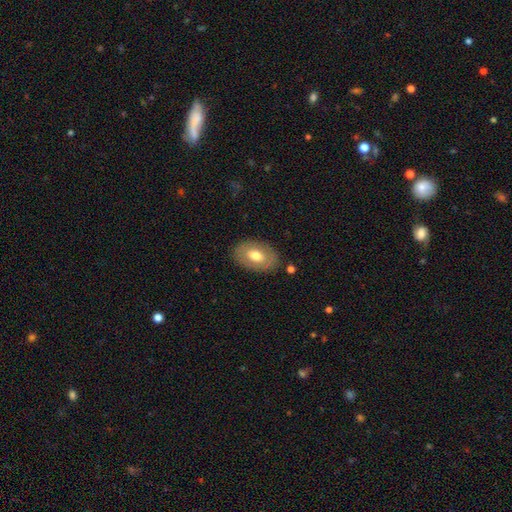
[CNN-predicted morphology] A smooth galaxy with no disk features (66%) that is in between round and cigar-shaped (87%). Merging: none (84%).